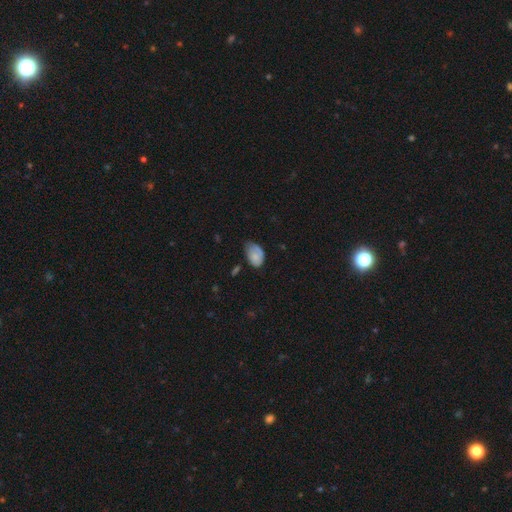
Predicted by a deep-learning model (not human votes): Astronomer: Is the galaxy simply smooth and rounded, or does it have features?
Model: smooth — 74%.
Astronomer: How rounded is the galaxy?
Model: in between — 88%.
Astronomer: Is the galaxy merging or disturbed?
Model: minor disturbance — 45% (runner-up: none, 38%).